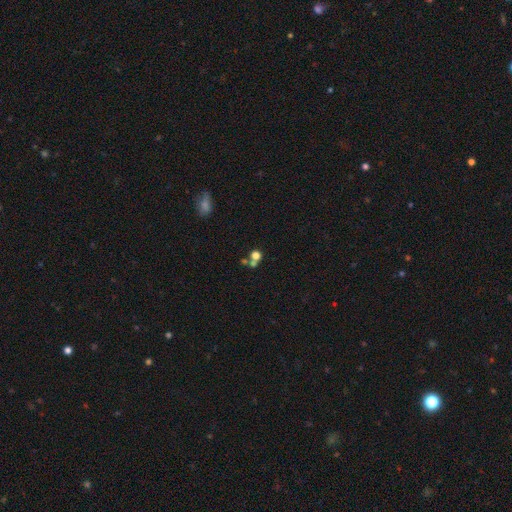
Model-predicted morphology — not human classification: smooth-or-featured: smooth: 67% | star or artifact: 20% | featured or disk: 13%
  how-rounded: round: 84% | in between: 15% | cigar-shaped: 1%
  merging: none: 47% | merger: 41% | minor disturbance: 7% | major disturbance: 5%